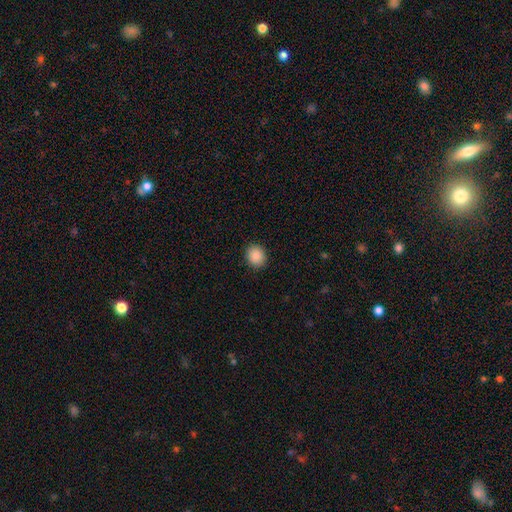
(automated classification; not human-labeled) Smooth or featured?
  - smooth: 88% *
  - star or artifact: 8%
  - featured or disk: 3%
How rounded?
  - round: 75% *
  - in between: 24%
  - cigar-shaped: 1%
Merging?
  - none: 91% *
  - minor disturbance: 6%
  - major disturbance: 2%
  - merger: 1%